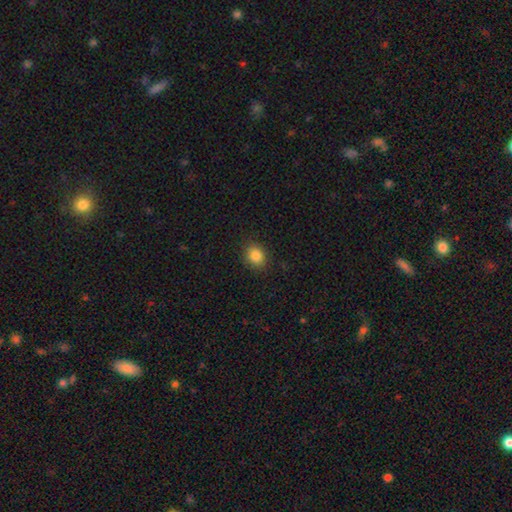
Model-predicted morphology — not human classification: smooth_or_featured: smooth (p=0.84) [alt: star or artifact p=0.11]
how_rounded: round (p=0.64) [alt: in between p=0.35]
merging: none (p=0.89) [alt: minor disturbance p=0.08]